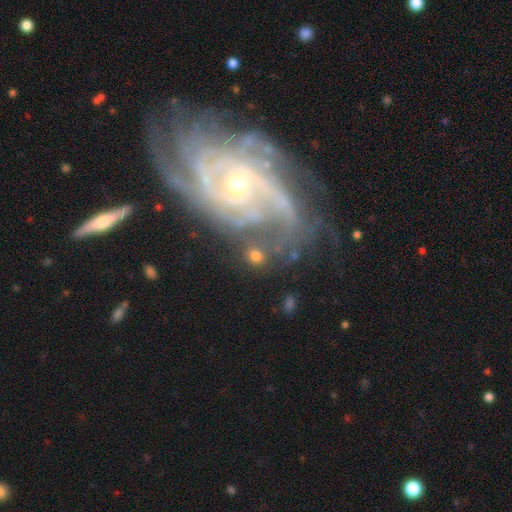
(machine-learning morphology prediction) Overall: smooth (55%; featured or disk 32%). How rounded: round (74%). Merging: none (67%).